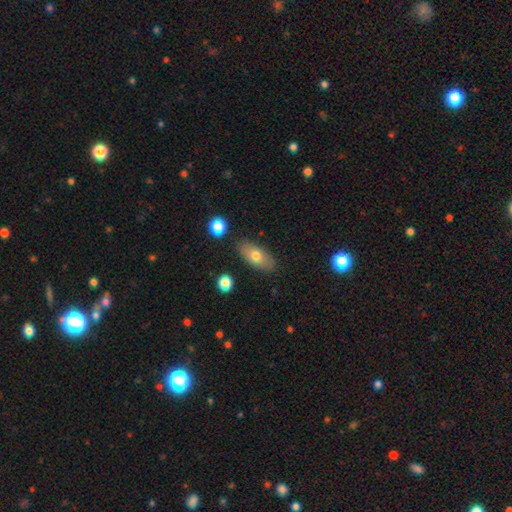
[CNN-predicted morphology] This is likely a smooth galaxy (71%). How rounded: clearly in between (85%). Merging: clearly none (84%).